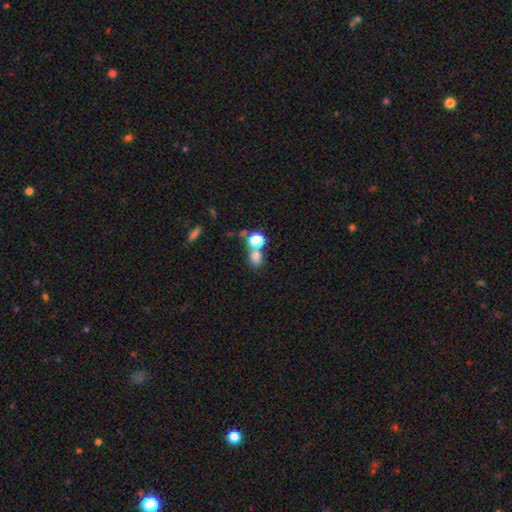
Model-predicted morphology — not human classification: A smooth galaxy with no disk features (76%) that is round (66%).

Vote fractions:
- Smooth or featured? smooth: 76% / star or artifact: 16% / featured or disk: 8%
- How rounded? round: 66% / in between: 33% / cigar-shaped: 1%
- Merging? none: 45% / merger: 42% / minor disturbance: 8% / major disturbance: 5%